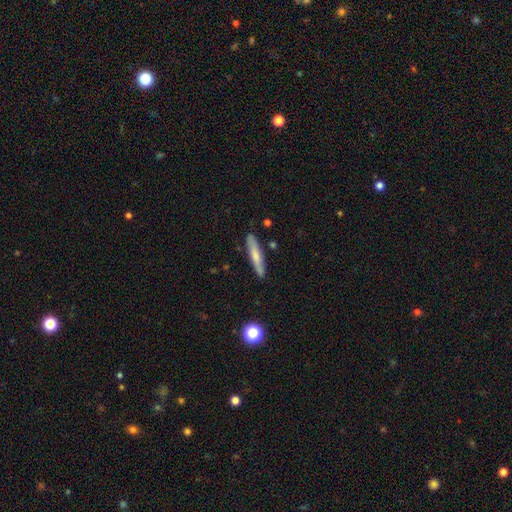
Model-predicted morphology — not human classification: A smooth galaxy with no disk features (64%) that is cigar-shaped (91%). Merging: none (85%).